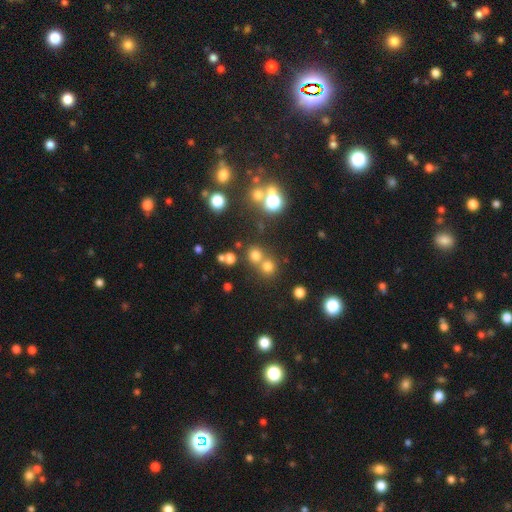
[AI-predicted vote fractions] This is likely a smooth galaxy (69%). How rounded: clearly round (89%). Merging: likely none (62%).